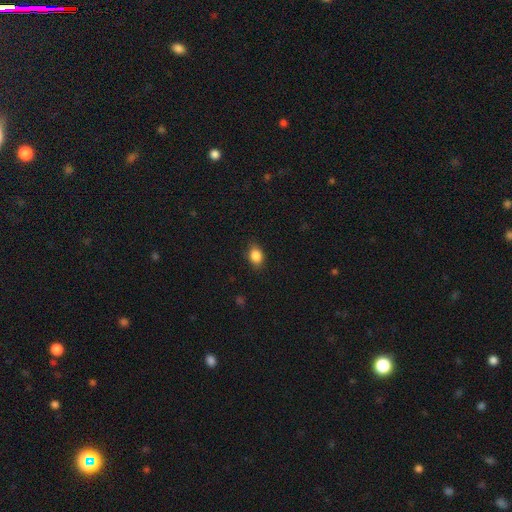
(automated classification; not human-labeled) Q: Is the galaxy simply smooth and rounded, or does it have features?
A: smooth — 86%.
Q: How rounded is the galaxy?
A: in between — 72%.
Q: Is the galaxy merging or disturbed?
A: none — 84%.